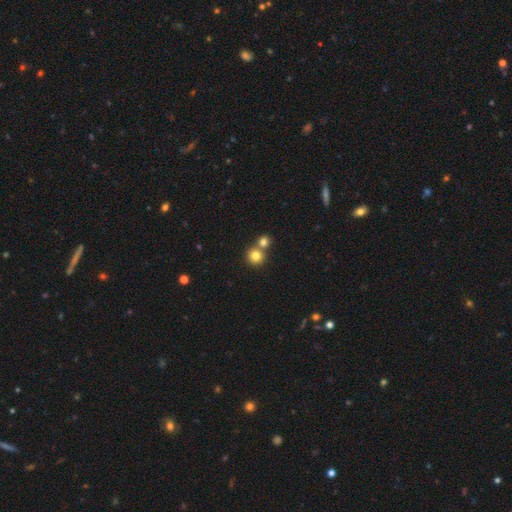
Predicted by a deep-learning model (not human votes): Q: Smooth or featured?
A: smooth (81%); runner-up: star or artifact (12%)
Q: How rounded?
A: round (91%); runner-up: in between (8%)
Q: Merging?
A: none (55%); runner-up: merger (37%)